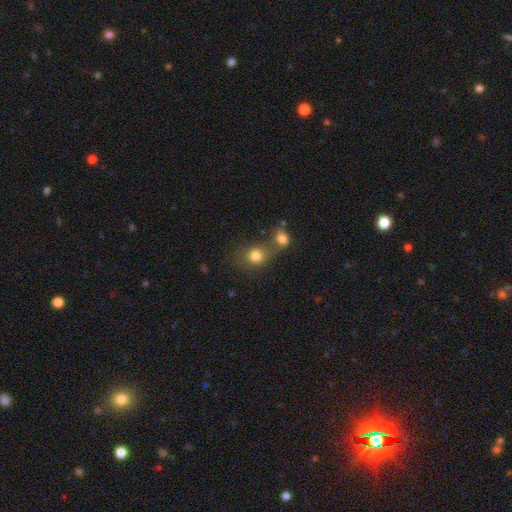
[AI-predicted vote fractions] This appears to be a smooth galaxy with no disk features (79%) that is round (71%). Merging: merger (44%).